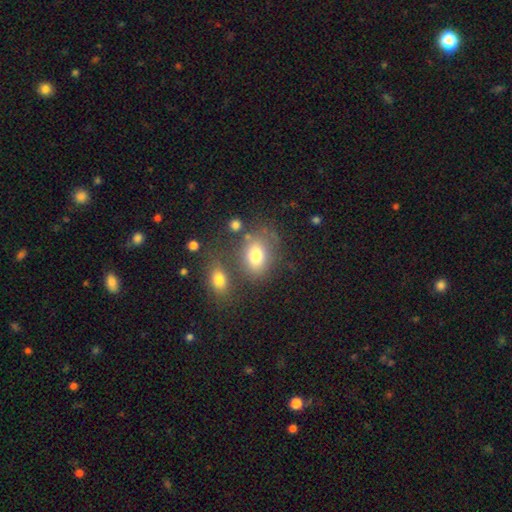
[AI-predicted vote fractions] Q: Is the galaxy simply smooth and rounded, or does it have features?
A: smooth — 76%.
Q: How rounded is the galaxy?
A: in between — 66%.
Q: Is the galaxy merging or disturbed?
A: none — 60%.